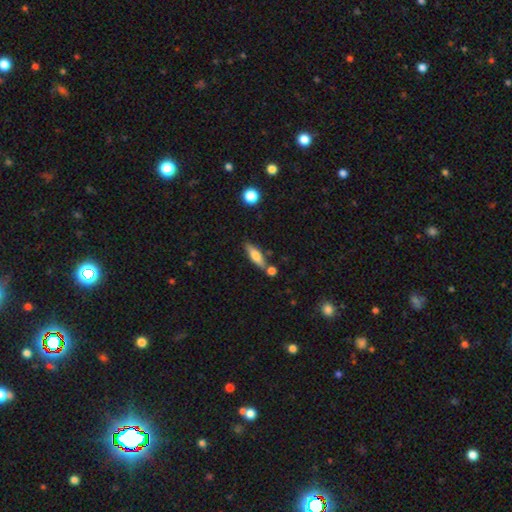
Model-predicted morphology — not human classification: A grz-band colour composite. It shows a smooth galaxy with no disk features (66%) that is cigar-shaped (55%). Merging: none (69%).